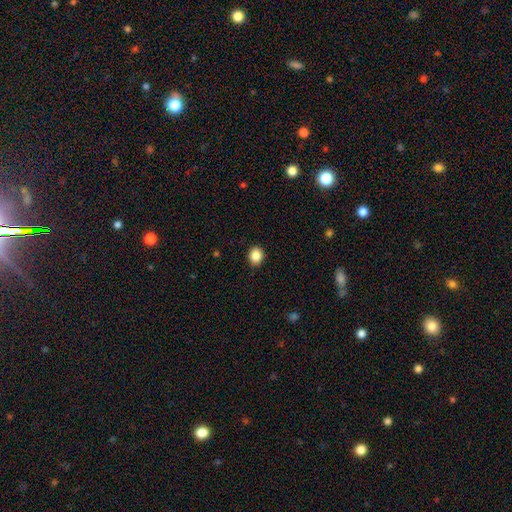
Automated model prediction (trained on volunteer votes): smooth-or-featured: smooth: 86% | star or artifact: 9% | featured or disk: 4%
  how-rounded: round: 70% | in between: 30% | cigar-shaped: 1%
  merging: none: 91% | minor disturbance: 6% | major disturbance: 2% | merger: 1%